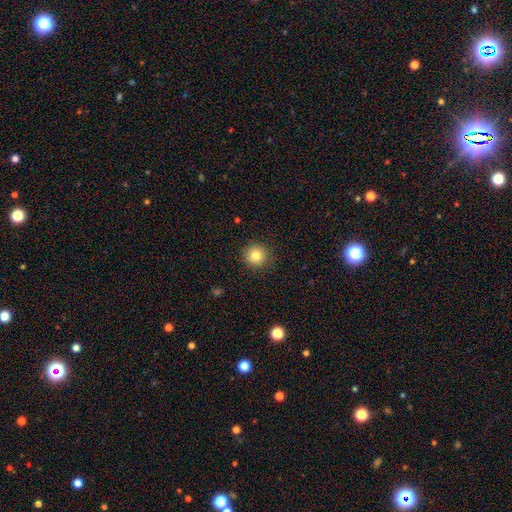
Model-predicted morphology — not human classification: Overall: smooth (83%). How rounded: round (94%). Merging: none (91%).